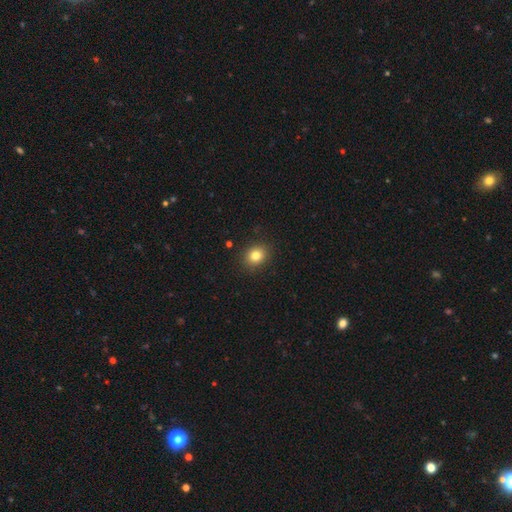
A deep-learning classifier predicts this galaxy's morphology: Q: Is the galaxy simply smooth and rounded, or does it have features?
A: smooth — 82%.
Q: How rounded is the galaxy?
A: round — 63%.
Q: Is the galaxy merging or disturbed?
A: none — 89%.